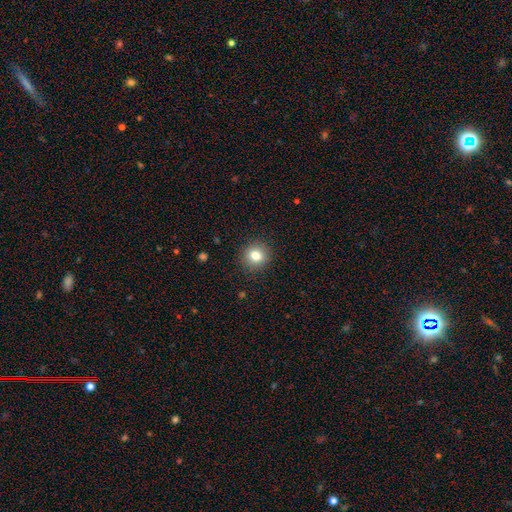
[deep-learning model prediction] Overall: smooth (80%). How rounded: round (86%). Merging: none (90%).